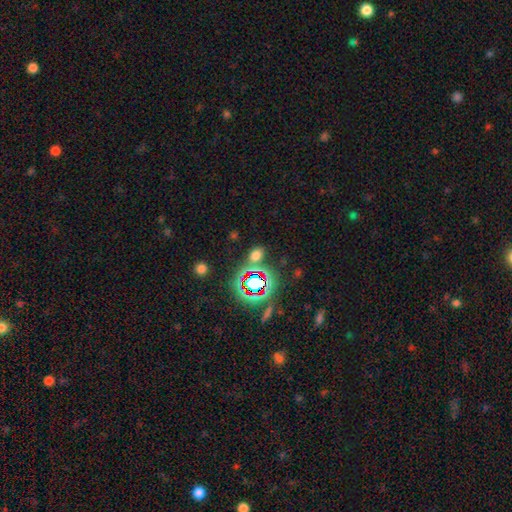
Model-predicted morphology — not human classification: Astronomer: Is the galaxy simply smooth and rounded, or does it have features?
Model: smooth — 59%.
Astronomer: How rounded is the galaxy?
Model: in between — 57% (runner-up: round, 40%).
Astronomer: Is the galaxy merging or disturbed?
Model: none — 76%.